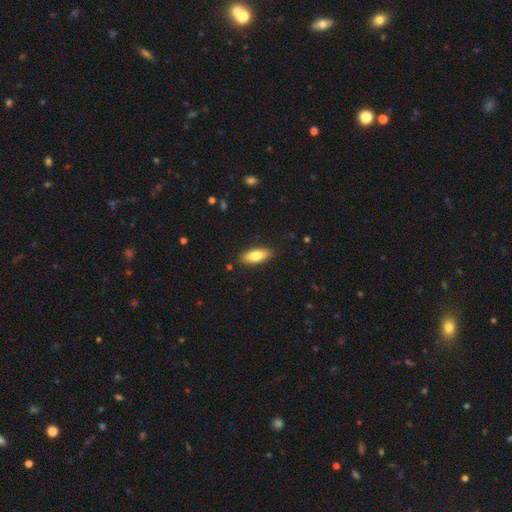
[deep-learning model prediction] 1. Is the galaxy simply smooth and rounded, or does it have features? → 77% smooth, 17% featured or disk, 6% star or artifact.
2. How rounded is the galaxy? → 71% in between, 27% cigar-shaped, 2% round.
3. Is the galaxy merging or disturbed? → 88% none, 9% minor disturbance, 2% major disturbance, 1% merger.